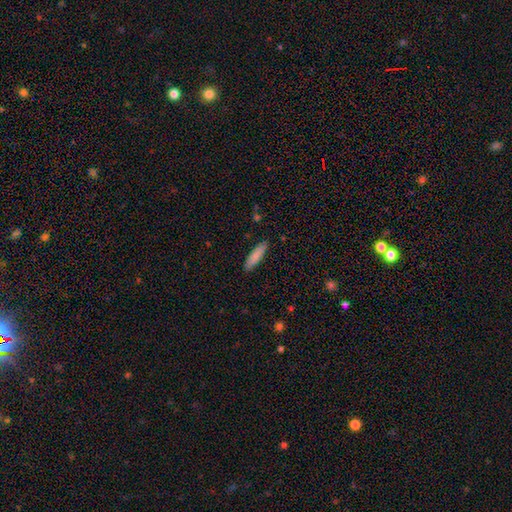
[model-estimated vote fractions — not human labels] Overall: smooth (85%). How rounded: cigar-shaped (75%). Merging: none (89%).